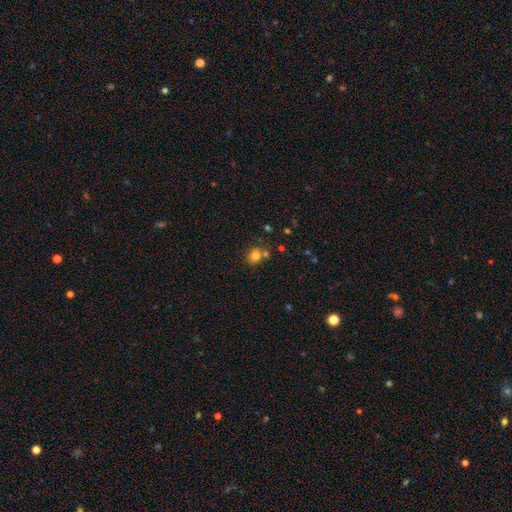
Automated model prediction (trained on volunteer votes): Q: Smooth or featured?
A: smooth (79%); runner-up: star or artifact (13%)
Q: How rounded?
A: round (75%); runner-up: in between (24%)
Q: Merging?
A: none (65%); runner-up: merger (20%)